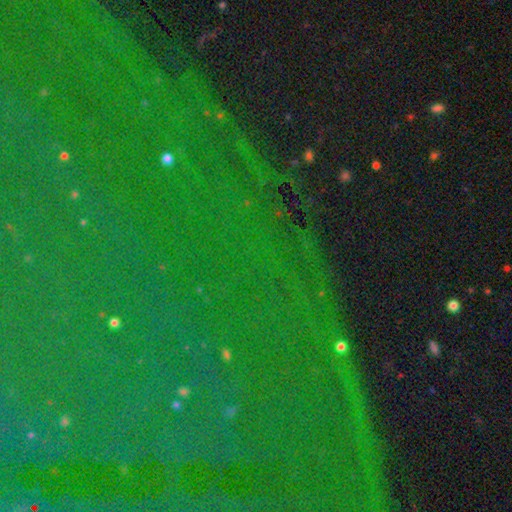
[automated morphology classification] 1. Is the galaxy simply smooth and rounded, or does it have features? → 84% star or artifact, 8% smooth, 8% featured or disk.